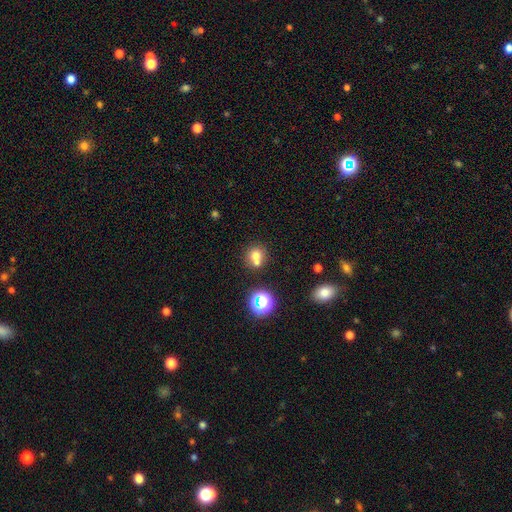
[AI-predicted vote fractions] smooth-or-featured: smooth: 69% | star or artifact: 16% | featured or disk: 15%
  how-rounded: round: 85% | in between: 15% | cigar-shaped: 1%
  merging: none: 47% | merger: 43% | minor disturbance: 7% | major disturbance: 3%